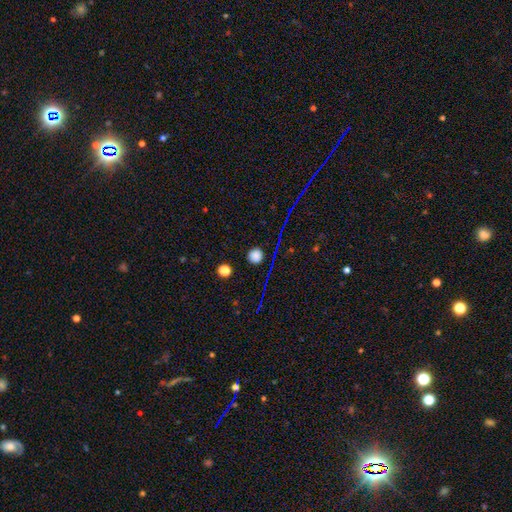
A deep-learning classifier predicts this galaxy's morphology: This is likely a smooth galaxy (73%). How rounded: clearly round (93%). Merging: clearly none (90%).